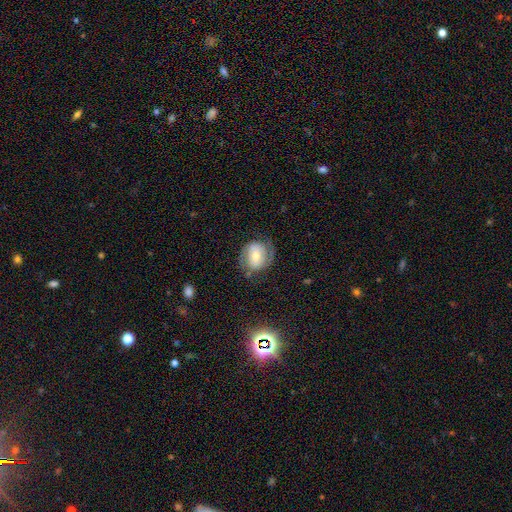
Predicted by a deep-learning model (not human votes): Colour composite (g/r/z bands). It shows a featured or disk galaxy (52%). Merging: none (65%).